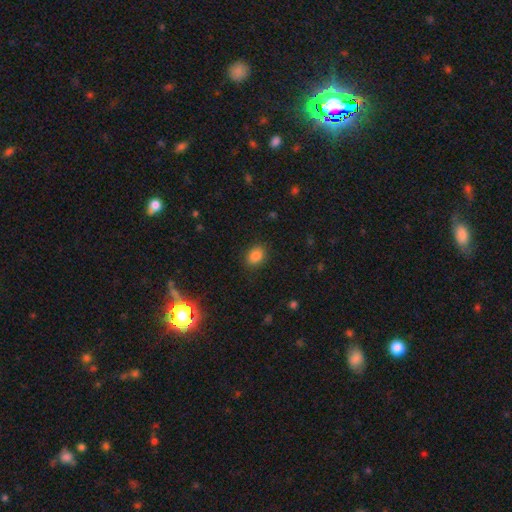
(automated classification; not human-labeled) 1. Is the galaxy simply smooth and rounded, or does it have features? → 85% smooth, 11% star or artifact, 4% featured or disk.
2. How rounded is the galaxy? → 57% in between, 42% round, 1% cigar-shaped.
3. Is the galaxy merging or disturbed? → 85% none, 11% minor disturbance, 3% major disturbance, 1% merger.